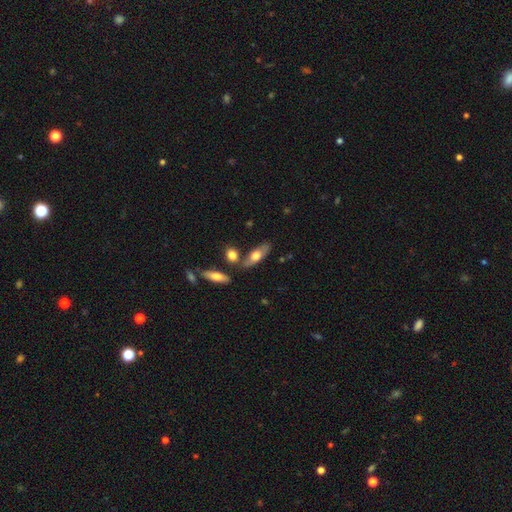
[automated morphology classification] Q: Smooth or featured?
A: smooth (59%); runner-up: featured or disk (35%)
Q: How rounded?
A: in between (67%); runner-up: cigar-shaped (29%)
Q: Merging?
A: none (66%); runner-up: merger (16%)